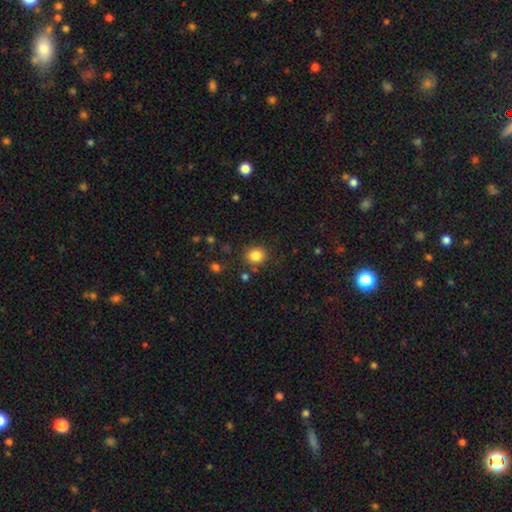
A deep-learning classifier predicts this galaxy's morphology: Smooth or featured? Predicted: smooth (p=0.84). How rounded? Predicted: round (p=0.83). Merging? Predicted: none (p=0.83).